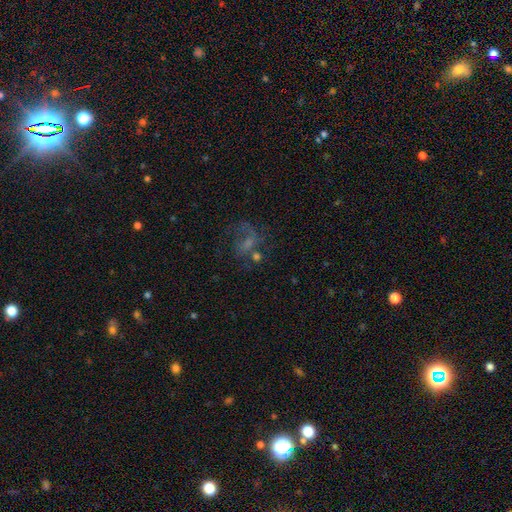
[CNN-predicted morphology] smooth-or-featured: featured or disk: 50% | star or artifact: 25% | smooth: 25%
  merging: none: 41% | major disturbance: 31% | minor disturbance: 16% | merger: 12%